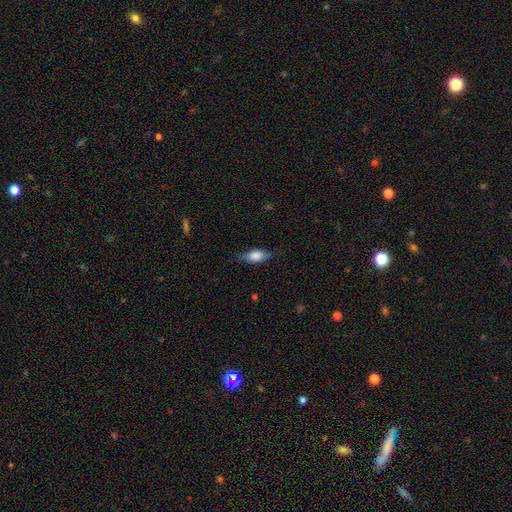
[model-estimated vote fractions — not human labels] Smooth or featured: smooth — 70% (featured or disk — 23%)
How rounded: in between — 74% (cigar-shaped — 22%)
Merging: none — 77% (minor disturbance — 18%)